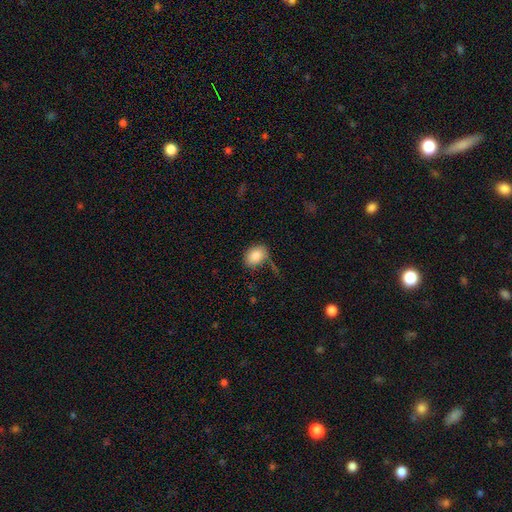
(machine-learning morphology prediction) Q: Smooth or featured?
A: smooth (85%); runner-up: star or artifact (8%)
Q: How rounded?
A: in between (76%); runner-up: round (23%)
Q: Merging?
A: none (70%); runner-up: minor disturbance (19%)